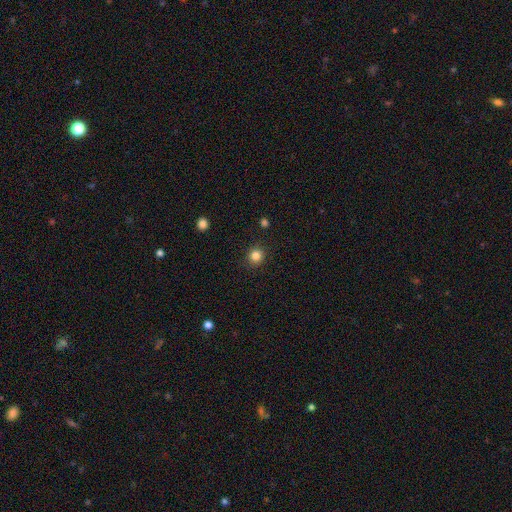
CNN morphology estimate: A smooth galaxy with no disk features (83%) that is round (90%).

Vote fractions:
- Smooth or featured? smooth: 83% / star or artifact: 12% / featured or disk: 4%
- How rounded? round: 90% / in between: 9% / cigar-shaped: 1%
- Merging? none: 90% / minor disturbance: 6% / major disturbance: 2% / merger: 1%